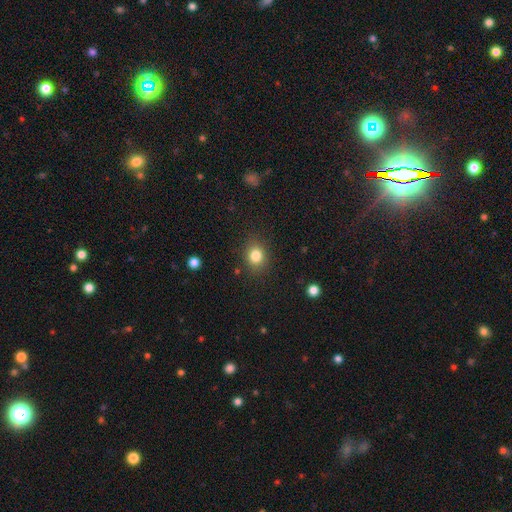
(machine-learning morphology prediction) Smooth or featured? smooth (83%)
How rounded? round (60%)
Merging? none (85%)